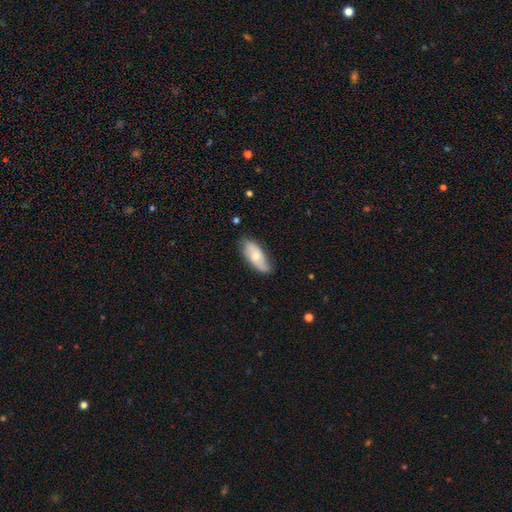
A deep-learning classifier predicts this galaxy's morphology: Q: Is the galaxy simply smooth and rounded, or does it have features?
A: smooth — 62%.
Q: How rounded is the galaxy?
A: in between — 84%.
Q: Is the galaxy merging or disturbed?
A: none — 75%.